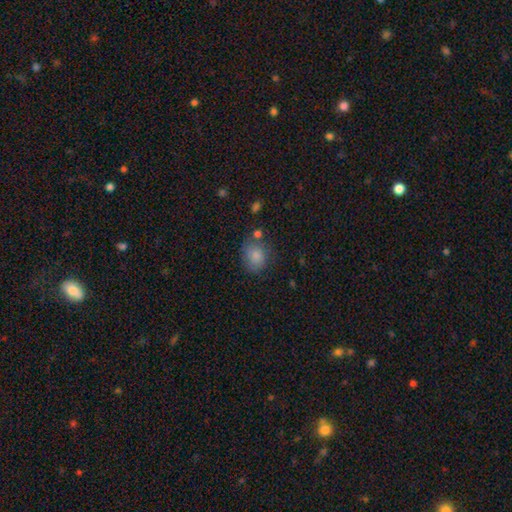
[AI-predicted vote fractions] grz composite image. It shows a smooth galaxy with no disk features (83%) that is round (60%). Merging: none (64%).